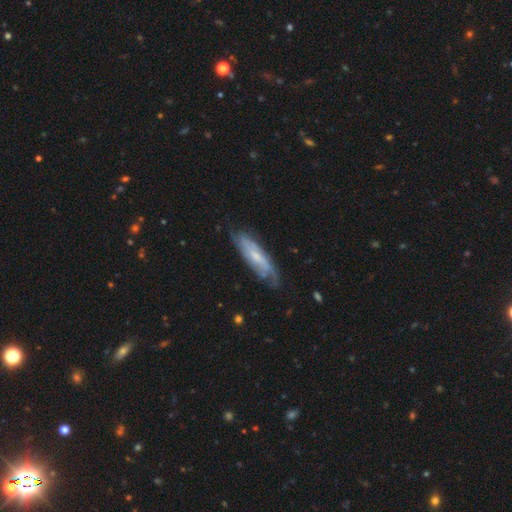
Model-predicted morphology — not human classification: Q: Smooth or featured?
A: featured or disk (62%); runner-up: smooth (31%)
Q: Edge-on disk?
A: no (61%); runner-up: yes (39%)
Q: Merging?
A: none (72%); runner-up: minor disturbance (21%)